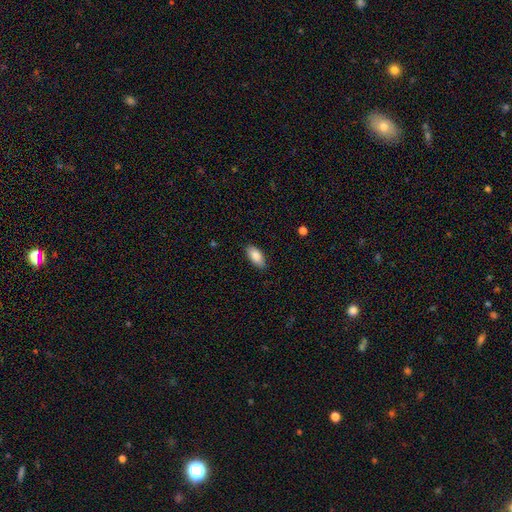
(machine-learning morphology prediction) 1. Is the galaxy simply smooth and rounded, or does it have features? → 87% smooth, 7% featured or disk, 6% star or artifact.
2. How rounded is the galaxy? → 90% in between, 8% cigar-shaped, 2% round.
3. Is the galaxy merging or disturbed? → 86% none, 11% minor disturbance, 2% major disturbance, 1% merger.